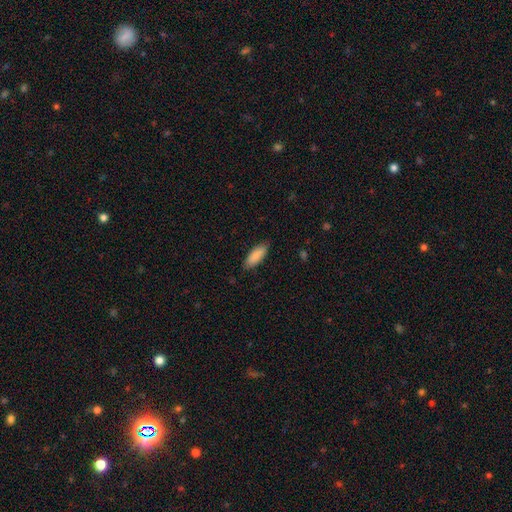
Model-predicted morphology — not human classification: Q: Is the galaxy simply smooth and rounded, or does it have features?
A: smooth — 85%.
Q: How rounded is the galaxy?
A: in between — 68%.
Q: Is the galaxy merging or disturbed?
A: none — 84%.